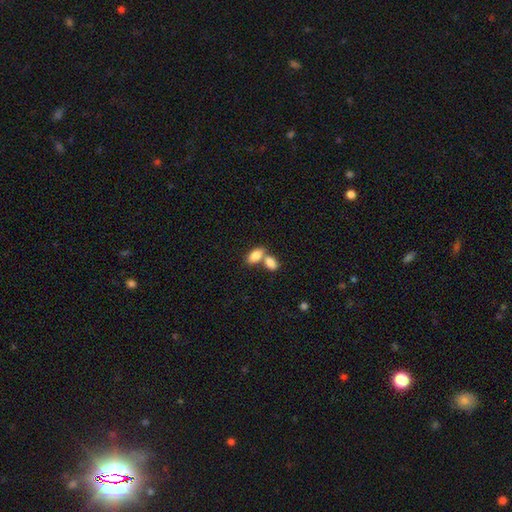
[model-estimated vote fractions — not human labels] Smooth or featured?
  - smooth: 84% *
  - featured or disk: 10%
  - star or artifact: 7%
How rounded?
  - in between: 90% *
  - round: 5%
  - cigar-shaped: 5%
Merging?
  - merger: 55% *
  - none: 35%
  - minor disturbance: 7%
  - major disturbance: 3%